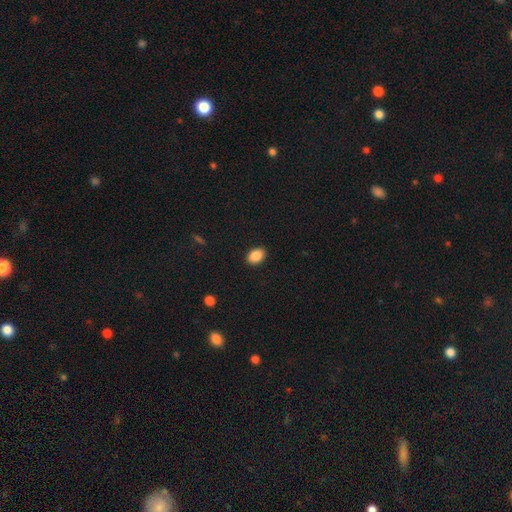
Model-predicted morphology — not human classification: A smooth galaxy with no disk features (88%) that is in between round and cigar-shaped (80%).

Vote fractions:
- Smooth or featured? smooth: 88% / star or artifact: 8% / featured or disk: 4%
- How rounded? in between: 80% / round: 19% / cigar-shaped: 1%
- Merging? none: 89% / minor disturbance: 8% / major disturbance: 2% / merger: 1%